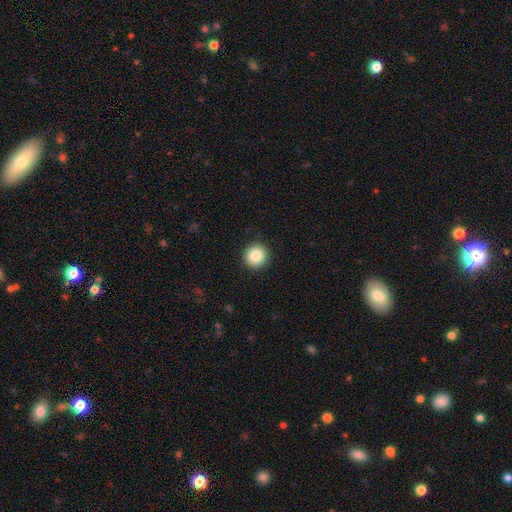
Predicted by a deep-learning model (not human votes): Smooth or featured?
  - smooth: 84% *
  - star or artifact: 10%
  - featured or disk: 6%
How rounded?
  - round: 95% *
  - in between: 4%
  - cigar-shaped: 1%
Merging?
  - none: 93% *
  - minor disturbance: 5%
  - major disturbance: 2%
  - merger: 1%